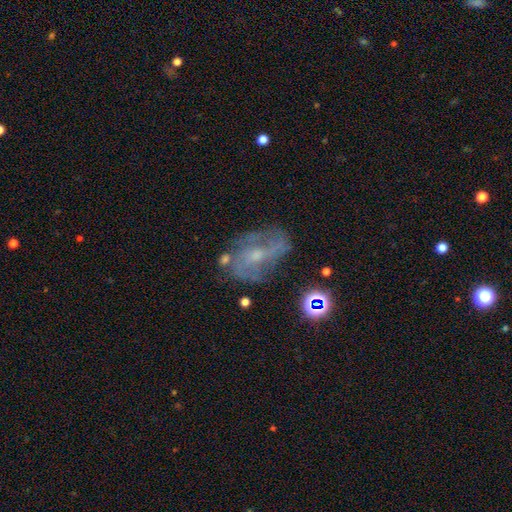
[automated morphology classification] A featured or disk galaxy (68%) with no bar (54%), spiral arms (73%) and a small central bulge (60%).

Vote fractions:
- Smooth or featured? featured or disk: 68% / smooth: 17% / star or artifact: 15%
- Edge-on disk? no: 95% / yes: 5%
- Bar? no: 54% / weak: 36% / strong: 9%
- Spiral arms? yes: 73% / no: 27%
- Bulge size? small: 60% / moderate: 31% / none: 6% / large: 2% / dominant: 1%
- Merging? none: 57% / minor disturbance: 21% / major disturbance: 16% / merger: 5%